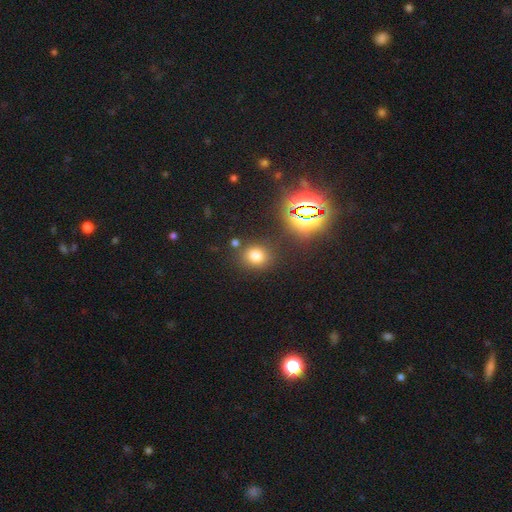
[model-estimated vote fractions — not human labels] Smooth or featured? Predicted: smooth (p=0.71). How rounded? Predicted: round (p=0.68). Merging? Predicted: none (p=0.80).